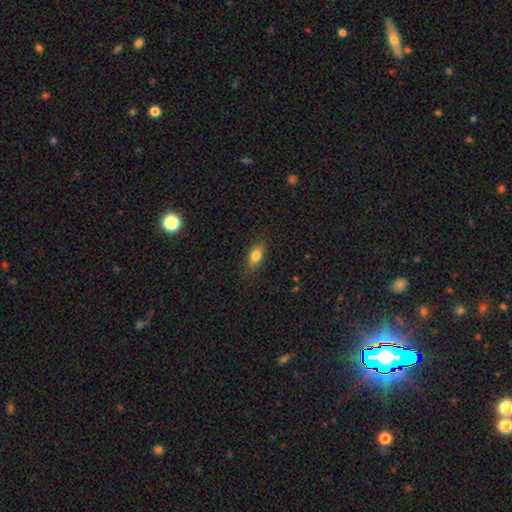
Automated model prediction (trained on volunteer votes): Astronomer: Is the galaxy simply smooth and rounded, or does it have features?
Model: smooth — 80%.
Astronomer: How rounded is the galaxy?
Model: in between — 83%.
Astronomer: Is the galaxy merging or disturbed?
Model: none — 84%.